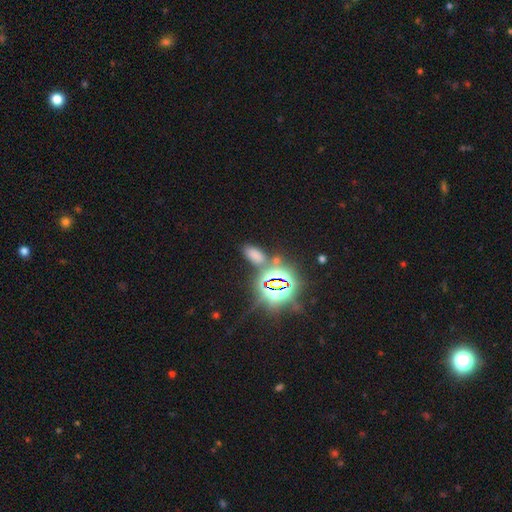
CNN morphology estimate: This appears to be a smooth galaxy with no disk features (55%) that is in between round and cigar-shaped (87%). Merging: none (75%).